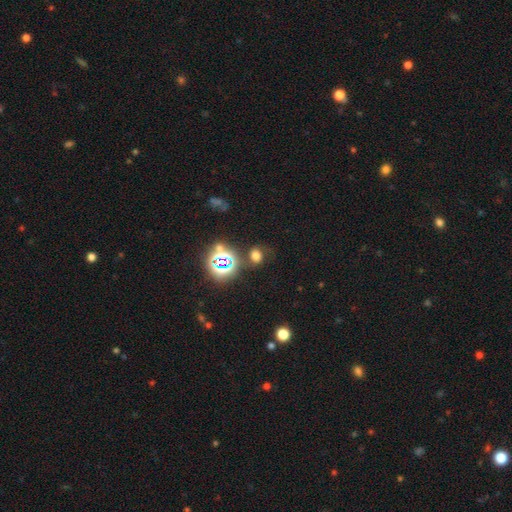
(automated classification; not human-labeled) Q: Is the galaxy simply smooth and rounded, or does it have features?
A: smooth — 58%.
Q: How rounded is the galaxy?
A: round — 56%.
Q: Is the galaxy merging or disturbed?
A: none — 69%.